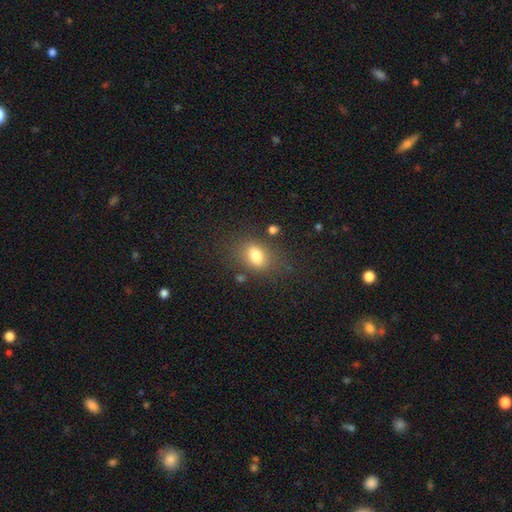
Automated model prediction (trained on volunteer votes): Smooth or featured?
  - smooth: 79% *
  - star or artifact: 11%
  - featured or disk: 10%
How rounded?
  - in between: 76% *
  - round: 22%
  - cigar-shaped: 2%
Merging?
  - none: 72% *
  - minor disturbance: 16%
  - major disturbance: 7%
  - merger: 5%